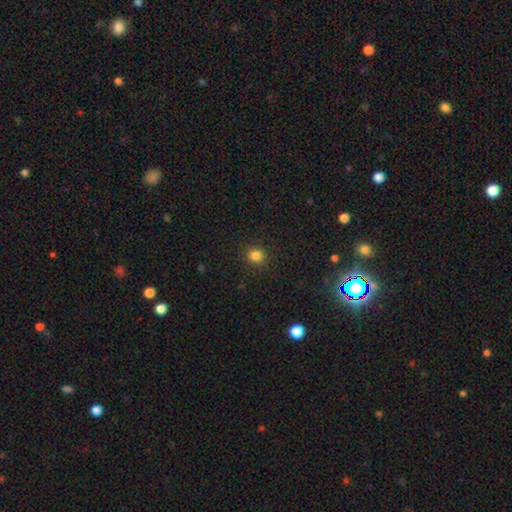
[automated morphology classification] A smooth galaxy with no disk features (83%) that is round (86%). Merging: none (90%).